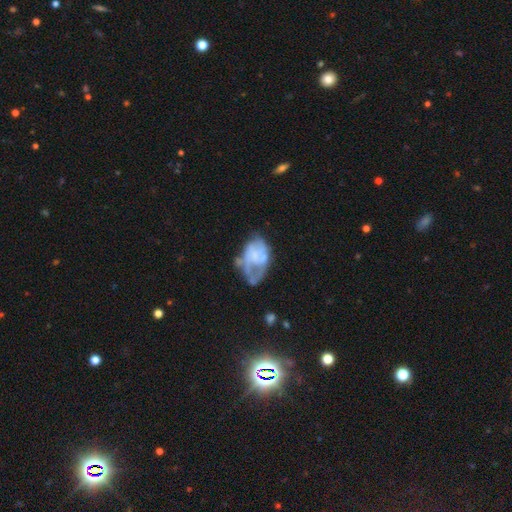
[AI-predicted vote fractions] Q: Smooth or featured?
A: featured or disk (61%); runner-up: smooth (30%)
Q: Edge-on disk?
A: no (98%); runner-up: yes (2%)
Q: Bar?
A: no (82%); runner-up: weak (14%)
Q: Spiral arms?
A: no (62%); runner-up: yes (38%)
Q: Bulge size?
A: none (55%); runner-up: small (23%)
Q: Merging?
A: major disturbance (38%); runner-up: none (27%)